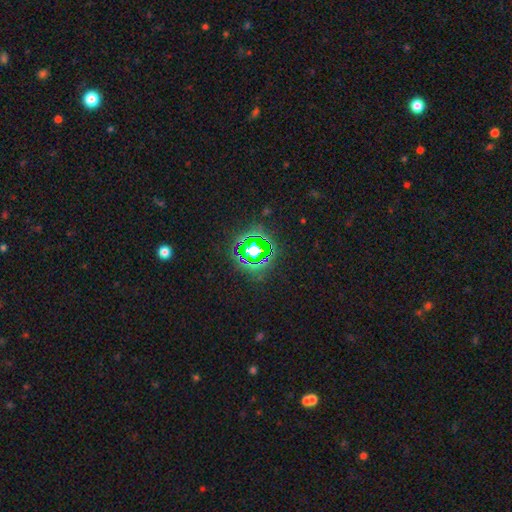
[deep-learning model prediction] Q: Smooth or featured?
A: star or artifact (81%); runner-up: smooth (12%)